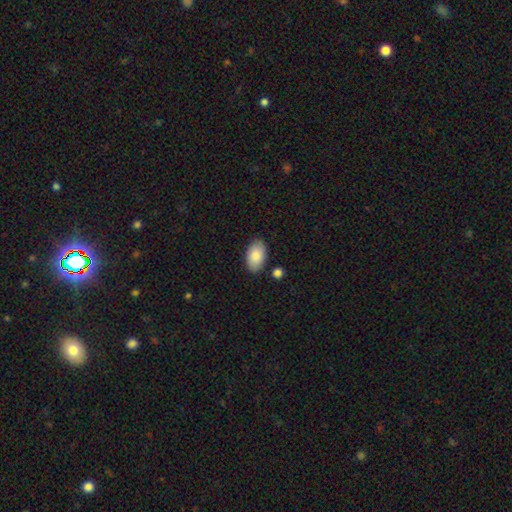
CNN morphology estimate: Overall: smooth (87%). How rounded: in between (94%). Merging: none (84%).